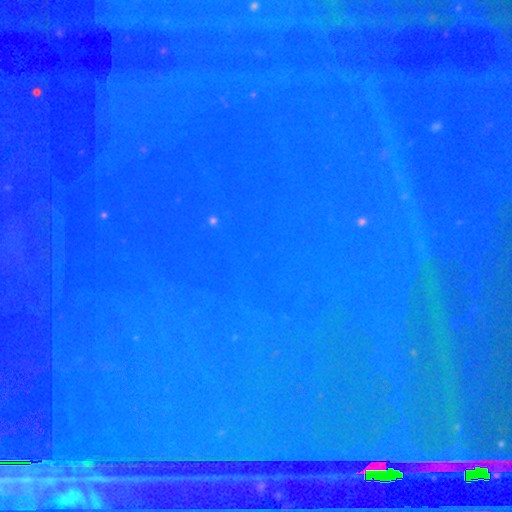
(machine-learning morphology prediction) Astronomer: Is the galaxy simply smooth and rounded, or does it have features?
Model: star or artifact — 79%.